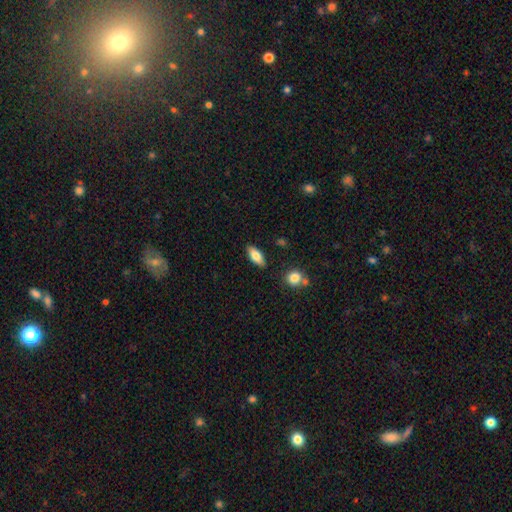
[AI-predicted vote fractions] This is likely a smooth galaxy (77%). How rounded: clearly in between (82%). Merging: clearly none (85%).